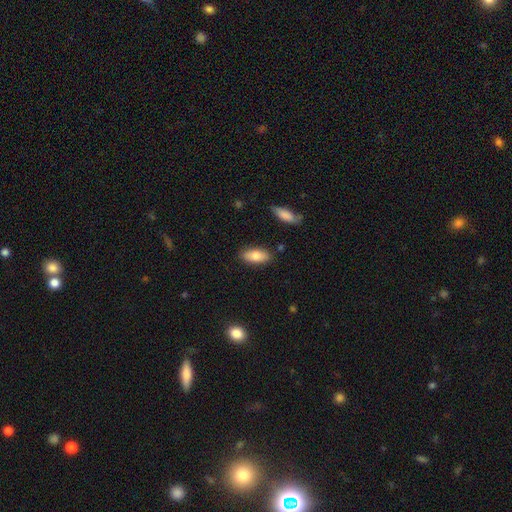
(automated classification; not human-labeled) Overall: smooth (79%). How rounded: in between (82%). Merging: none (85%).